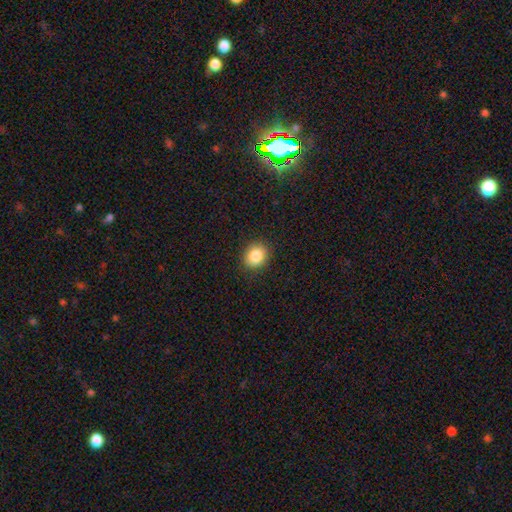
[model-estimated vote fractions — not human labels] Morphology: type=smooth (86%); roundness=round (64%); merging=none (89%).